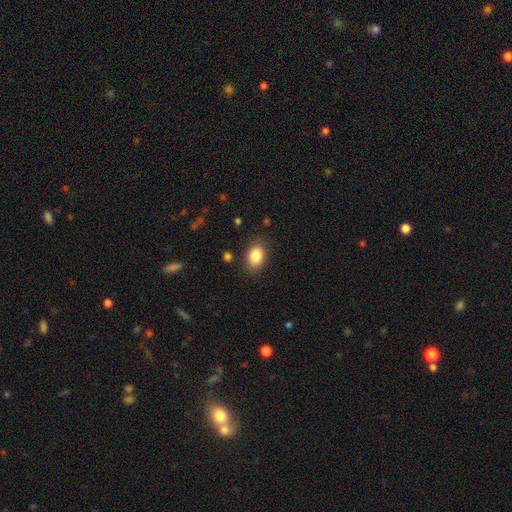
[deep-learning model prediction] Smooth or featured? smooth (86%)
How rounded? in between (78%)
Merging? none (85%)